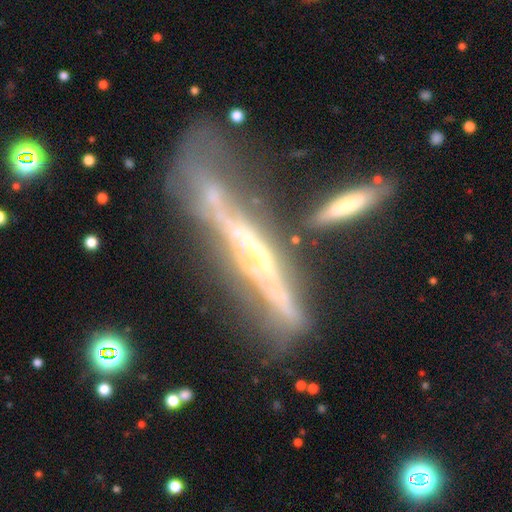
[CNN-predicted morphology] The model was most divided on "merging": none: 31%, merger: 27%, major disturbance: 23%, minor disturbance: 19%. Remaining: edge-on disk — yes (79%); smooth or featured — featured or disk (77%); edge-on bulge — rounded (44%).